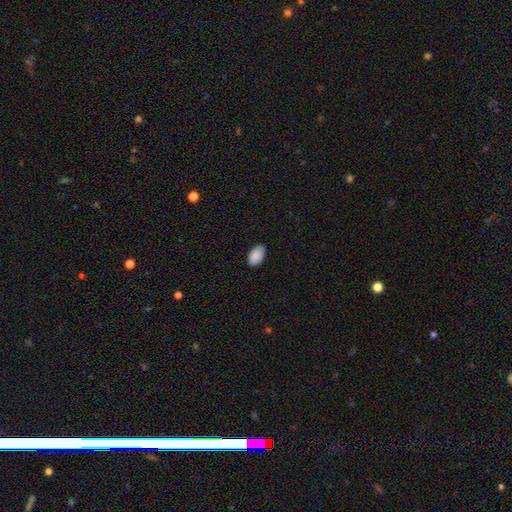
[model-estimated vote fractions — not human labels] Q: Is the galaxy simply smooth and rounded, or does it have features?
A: smooth — 90%.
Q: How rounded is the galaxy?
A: in between — 94%.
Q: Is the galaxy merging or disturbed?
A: none — 85%.